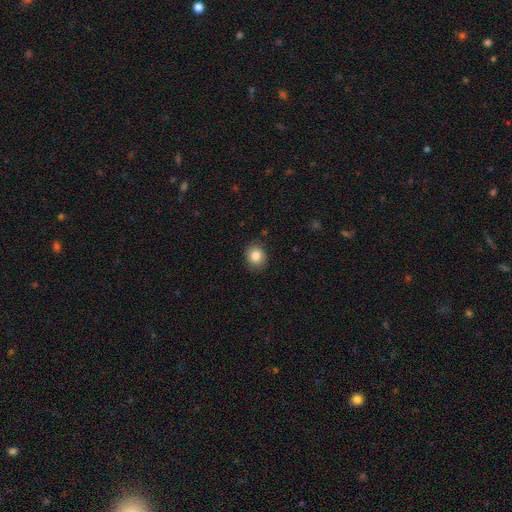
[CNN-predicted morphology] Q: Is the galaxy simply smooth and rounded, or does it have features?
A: smooth — 85%.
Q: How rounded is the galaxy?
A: round — 70%.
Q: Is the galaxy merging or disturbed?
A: none — 86%.